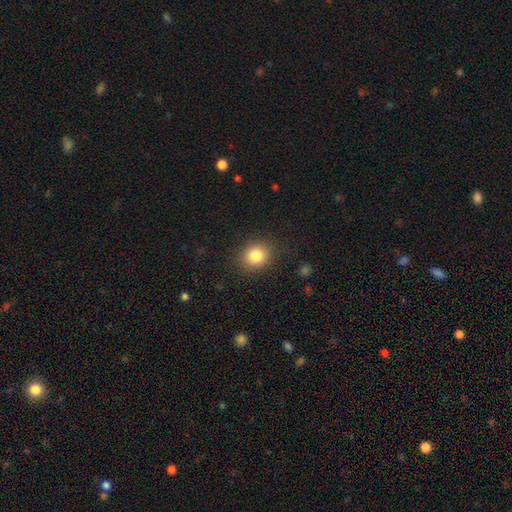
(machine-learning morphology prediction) This is clearly a smooth galaxy (83%). How rounded: likely round (69%). Merging: clearly none (87%).